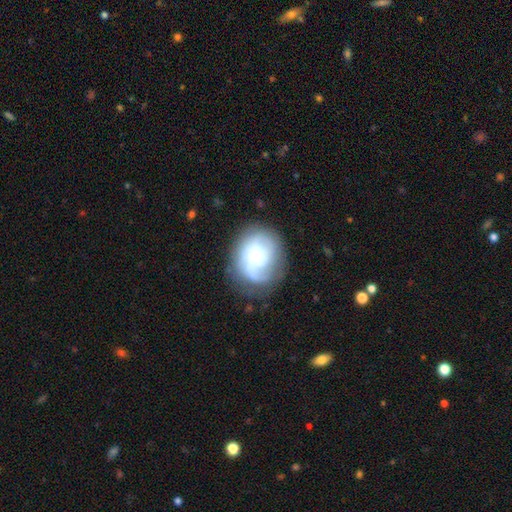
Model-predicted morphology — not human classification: This appears to be a featured or disk galaxy (61%) with no bar (72%), tight (50%) spiral arms (85%) and a small central bulge (43%). Merging: none (68%).